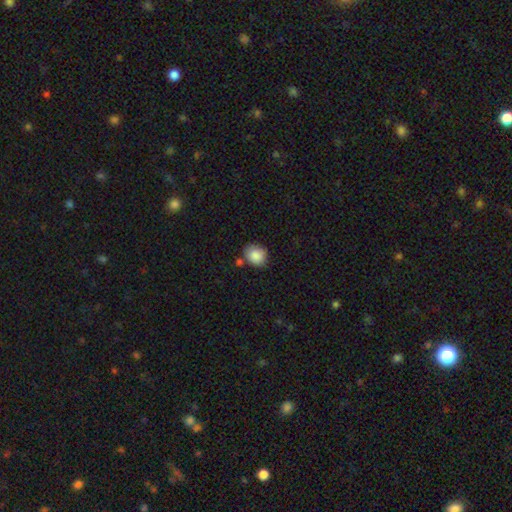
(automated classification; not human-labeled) This is clearly a smooth galaxy (87%). How rounded: likely round (61%). Merging: likely none (72%).